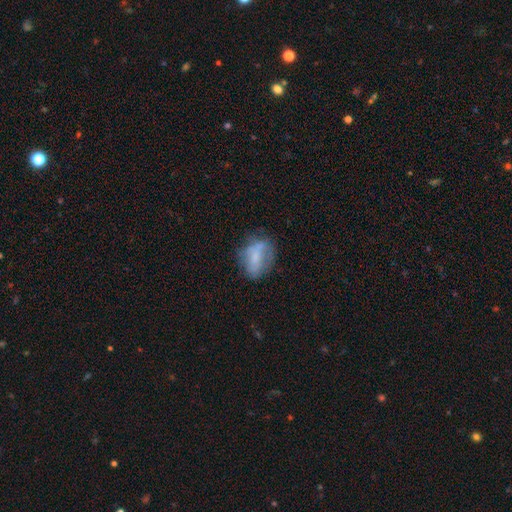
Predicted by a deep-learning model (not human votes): smooth_or_featured: smooth (p=0.57) [alt: featured or disk p=0.34]
how_rounded: in between (p=0.70) [alt: round p=0.26]
merging: none (p=0.54) [alt: minor disturbance p=0.26]